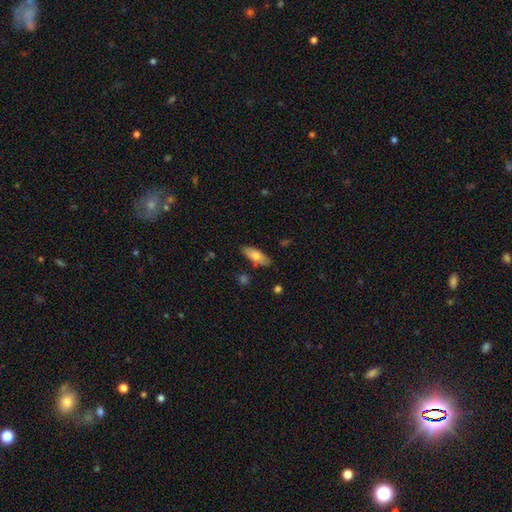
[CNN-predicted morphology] Smooth or featured?
  - smooth: 72% *
  - featured or disk: 22%
  - star or artifact: 6%
How rounded?
  - in between: 73% *
  - cigar-shaped: 25%
  - round: 2%
Merging?
  - none: 81% *
  - minor disturbance: 13%
  - merger: 3%
  - major disturbance: 2%